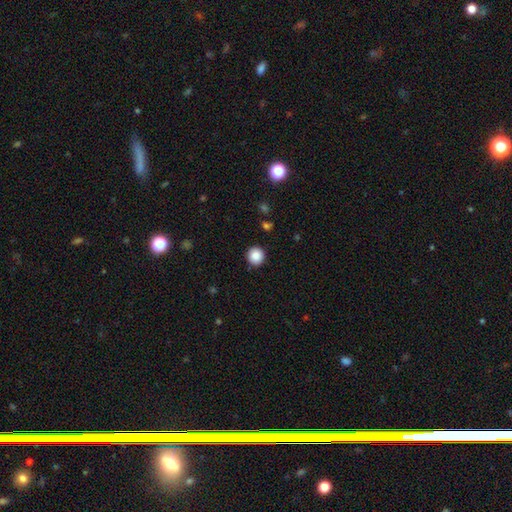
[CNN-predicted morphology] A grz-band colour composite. It shows a smooth galaxy with no disk features (87%) that is round (94%). Merging: none (91%).